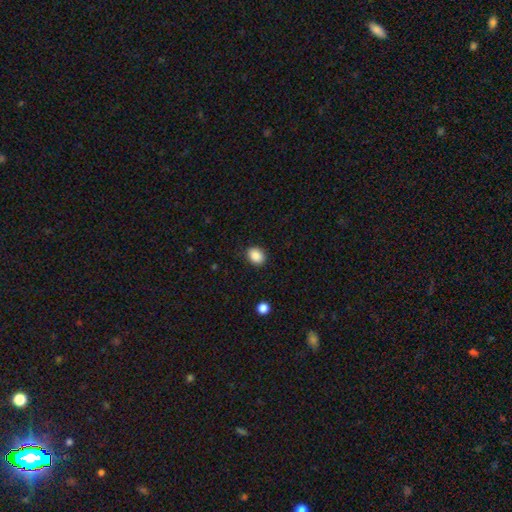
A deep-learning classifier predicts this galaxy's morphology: smooth_or_featured: smooth (p=0.89) [alt: star or artifact p=0.09]
how_rounded: in between (p=0.61) [alt: round p=0.38]
merging: none (p=0.87) [alt: minor disturbance p=0.09]